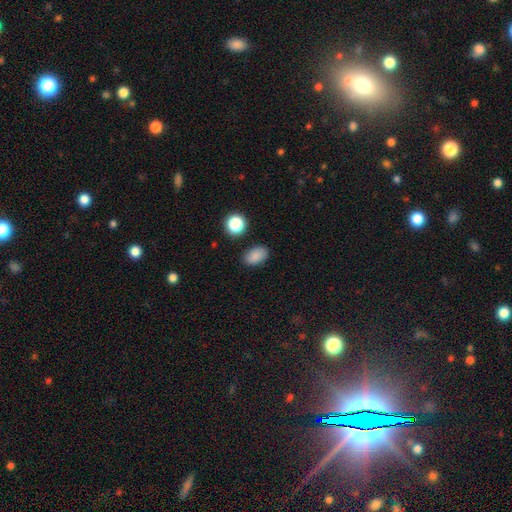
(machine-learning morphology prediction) type=smooth (85%); roundness=in between (86%); merging=none (85%).